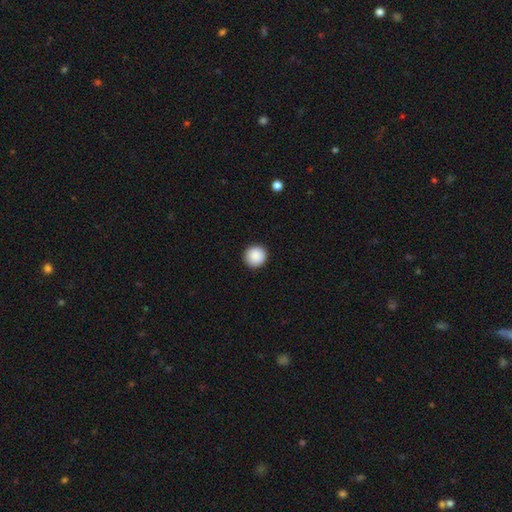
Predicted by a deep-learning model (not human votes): This appears to be a smooth galaxy with no disk features (89%) that is round (96%). Merging: none (93%).